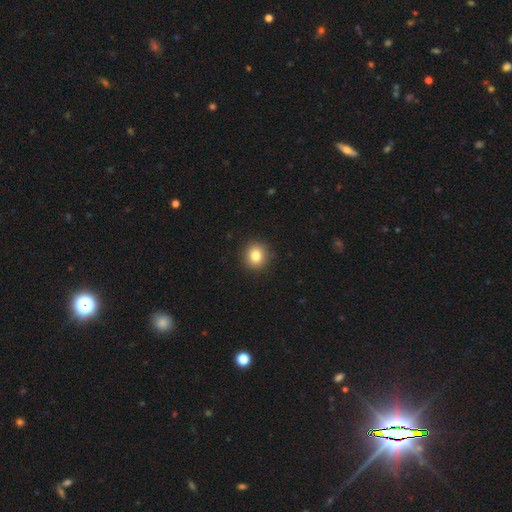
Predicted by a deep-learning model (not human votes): A smooth galaxy with no disk features (83%) that is round (89%).

Vote fractions:
- Smooth or featured? smooth: 83% / star or artifact: 11% / featured or disk: 7%
- How rounded? round: 89% / in between: 10% / cigar-shaped: 1%
- Merging? none: 91% / minor disturbance: 6% / major disturbance: 2% / merger: 1%